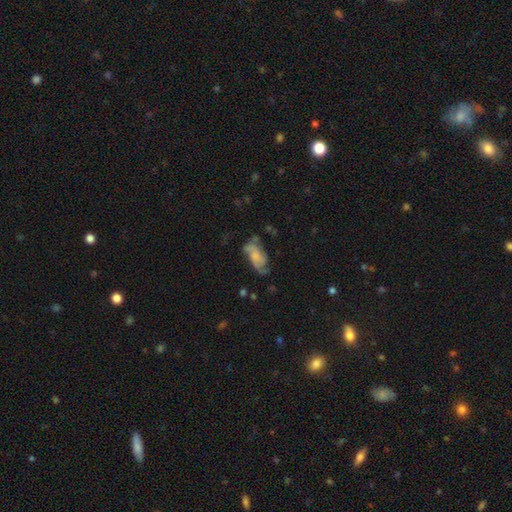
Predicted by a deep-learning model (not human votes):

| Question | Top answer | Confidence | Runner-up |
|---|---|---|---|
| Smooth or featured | featured or disk | 61% | smooth (31%) |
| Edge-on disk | no | 95% | yes (5%) |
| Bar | no | 68% | weak (26%) |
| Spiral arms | yes | 86% | no (14%) |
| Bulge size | none | 36% | small (30%) |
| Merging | none | 51% | minor disturbance (25%) |